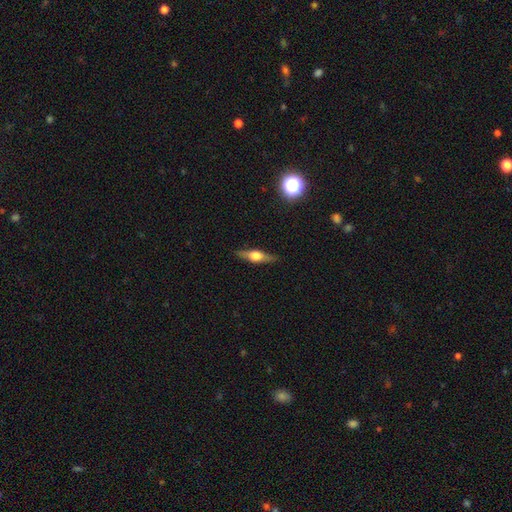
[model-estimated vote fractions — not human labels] smooth-or-featured: featured or disk: 64% | smooth: 28% | star or artifact: 7%
  disk-edge-on: yes: 95% | no: 5%
    edge-on-bulge: rounded: 93% | boxy: 6% | none: 2%
  merging: none: 88% | minor disturbance: 9% | major disturbance: 2% | merger: 1%